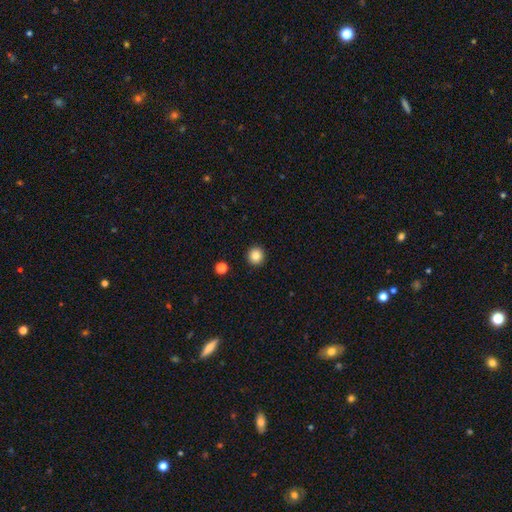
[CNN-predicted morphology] This is clearly a smooth galaxy (84%). How rounded: clearly round (94%). Merging: clearly none (93%).